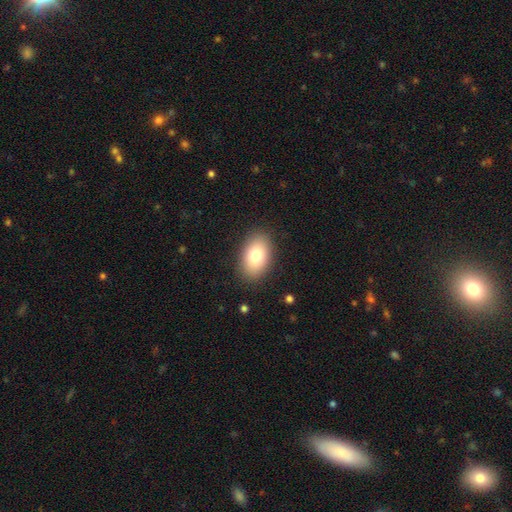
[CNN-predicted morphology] This appears to be a smooth galaxy with no disk features (79%) that is in between round and cigar-shaped (89%). Merging: none (88%).